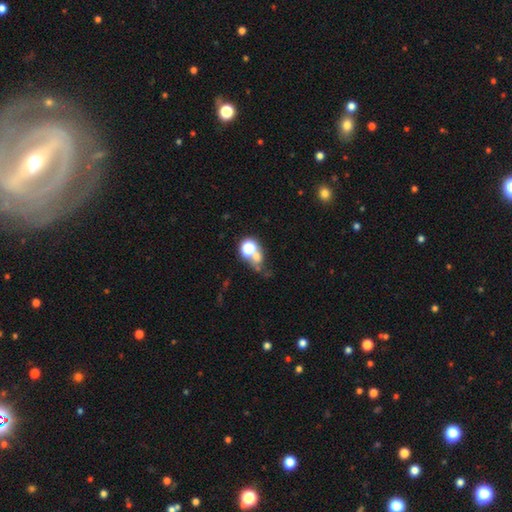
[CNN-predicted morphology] A smooth galaxy with no disk features (52%) that is round (67%).

Vote fractions:
- Smooth or featured? smooth: 52% / star or artifact: 30% / featured or disk: 18%
- How rounded? round: 67% / in between: 31% / cigar-shaped: 2%
- Merging? merger: 41% / none: 36% / major disturbance: 12% / minor disturbance: 11%